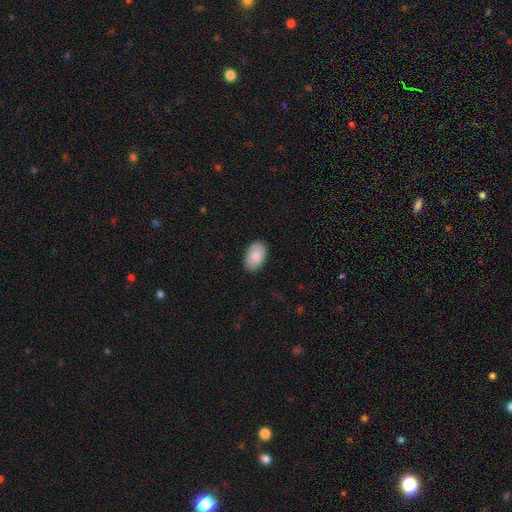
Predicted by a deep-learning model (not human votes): Smooth or featured?
  - smooth: 87% *
  - featured or disk: 7%
  - star or artifact: 6%
How rounded?
  - in between: 93% *
  - round: 6%
  - cigar-shaped: 1%
Merging?
  - none: 88% *
  - minor disturbance: 9%
  - major disturbance: 2%
  - merger: 1%